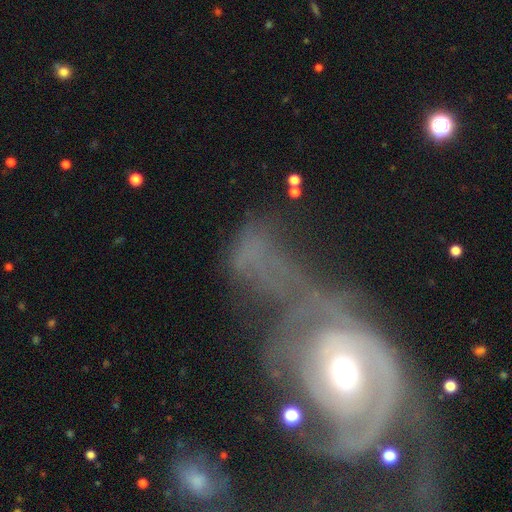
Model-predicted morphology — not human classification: A featured or disk galaxy (60%) with no bar (75%), no spiral arms (56%) and a moderate central bulge (65%).

Vote fractions:
- Smooth or featured? featured or disk: 60% / smooth: 25% / star or artifact: 15%
- Edge-on disk? no: 92% / yes: 8%
- Bar? no: 75% / weak: 15% / strong: 9%
- Spiral arms? no: 56% / yes: 44%
- Bulge size? moderate: 65% / small: 17% / large: 10% / none: 5% / dominant: 3%
- Merging? major disturbance: 48% / merger: 28% / none: 14% / minor disturbance: 11%